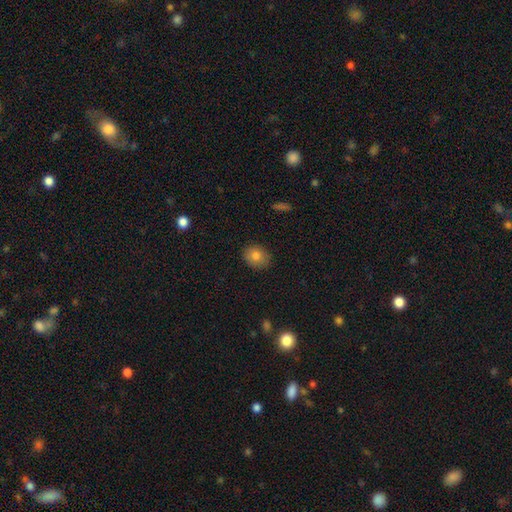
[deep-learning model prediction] A smooth galaxy with no disk features (81%) that is round (57%).

Vote fractions:
- Smooth or featured? smooth: 81% / featured or disk: 10% / star or artifact: 9%
- How rounded? round: 57% / in between: 42% / cigar-shaped: 1%
- Merging? none: 85% / minor disturbance: 11% / major disturbance: 2% / merger: 1%